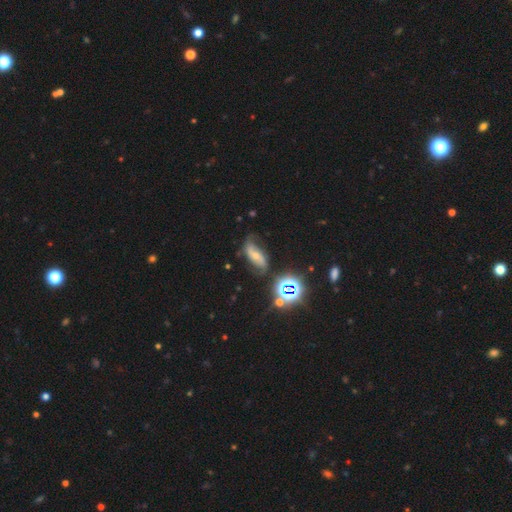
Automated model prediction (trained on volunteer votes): Smooth or featured?
  - featured or disk: 58% *
  - smooth: 25%
  - star or artifact: 17%
Edge-on disk?
  - no: 88% *
  - yes: 12%
Bar?
  - no: 53% *
  - weak: 27%
  - strong: 21%
Spiral arms?
  - yes: 85% *
  - no: 15%
Bulge size?
  - small: 56% *
  - moderate: 37%
  - none: 3%
  - large: 3%
  - dominant: 2%
Merging?
  - none: 57% *
  - minor disturbance: 26%
  - major disturbance: 12%
  - merger: 4%